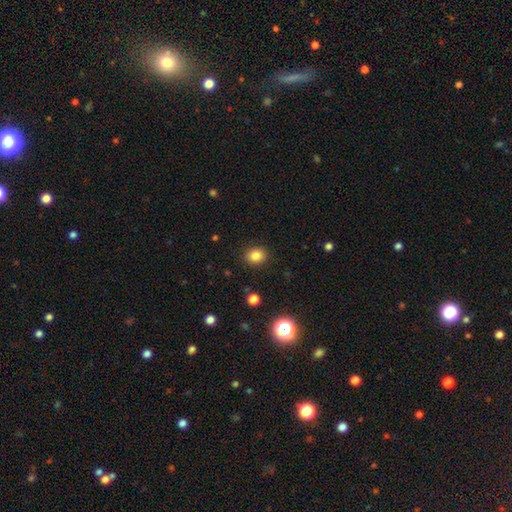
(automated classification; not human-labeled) The model was most divided on "how rounded": round: 63%, in between: 37%, cigar-shaped: 1%. More confident: merging — none (89%); smooth or featured — smooth (83%).